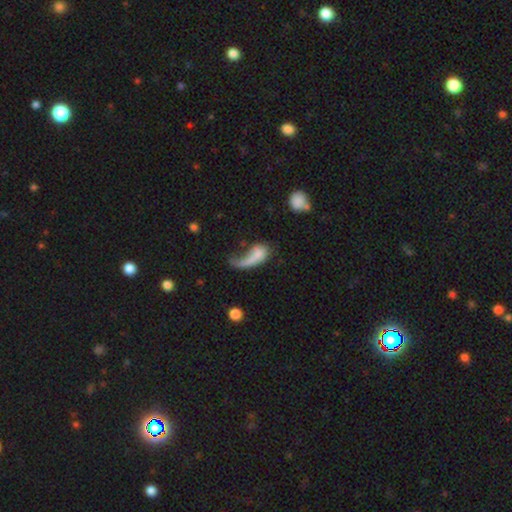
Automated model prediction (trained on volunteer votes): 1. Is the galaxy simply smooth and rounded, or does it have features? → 55% smooth, 37% featured or disk, 9% star or artifact.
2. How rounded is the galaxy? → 73% in between, 15% cigar-shaped, 12% round.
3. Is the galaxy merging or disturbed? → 58% major disturbance, 17% none, 13% minor disturbance, 11% merger.